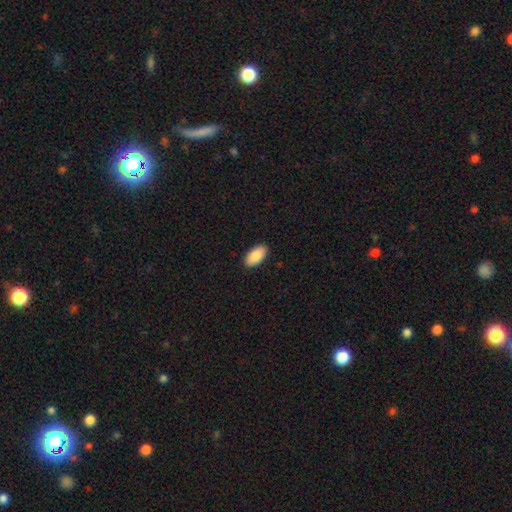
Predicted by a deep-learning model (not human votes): smooth-or-featured: smooth: 89% | star or artifact: 6% | featured or disk: 5%
  how-rounded: in between: 95% | cigar-shaped: 3% | round: 2%
  merging: none: 90% | minor disturbance: 7% | major disturbance: 2% | merger: 1%